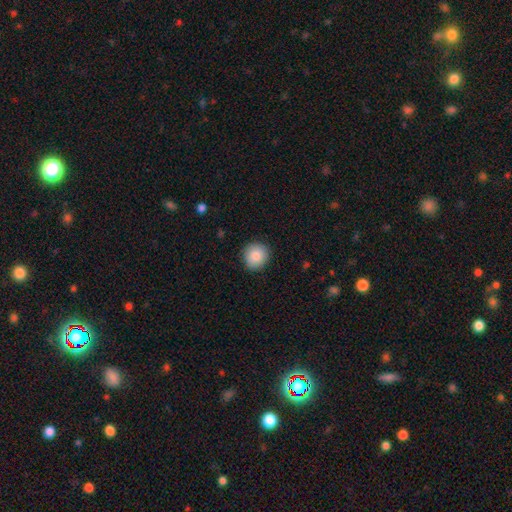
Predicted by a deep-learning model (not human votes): Smooth or featured? smooth (86%)
How rounded? round (90%)
Merging? none (90%)